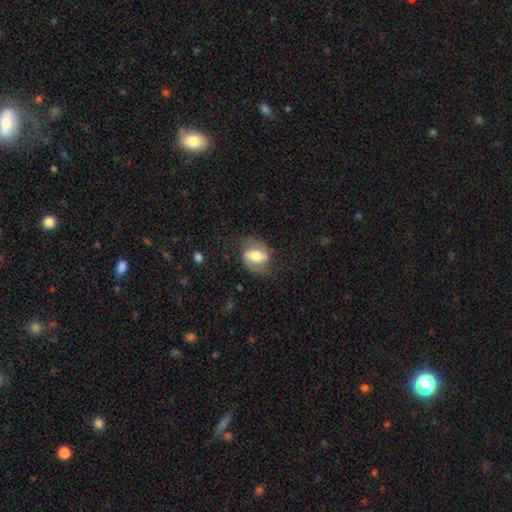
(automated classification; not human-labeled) Smooth or featured: featured or disk — 62% (smooth — 31%)
Edge-on disk: no — 94% (yes — 6%)
Bar: strong — 41% (weak — 38%)
Spiral arms: yes — 85% (no — 15%)
Bulge size: moderate — 57% (large — 25%)
Merging: none — 70% (minor disturbance — 19%)